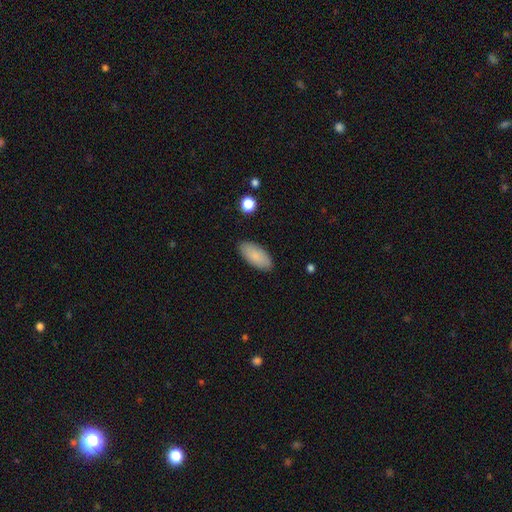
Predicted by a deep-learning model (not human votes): smooth-or-featured: smooth: 86% | featured or disk: 8% | star or artifact: 6%
  how-rounded: in between: 92% | cigar-shaped: 6% | round: 2%
  merging: none: 87% | minor disturbance: 9% | major disturbance: 2% | merger: 1%